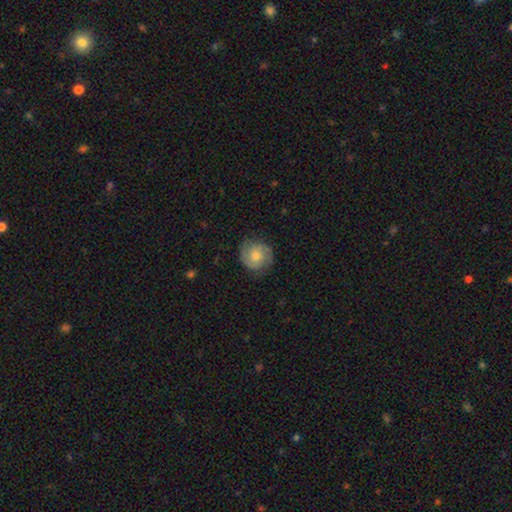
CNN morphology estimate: This appears to be a featured or disk galaxy (59%) with no bar (73%), 2 (78%) tight (52%) spiral arms (90%) and a moderate central bulge (60%). Merging: none (82%).